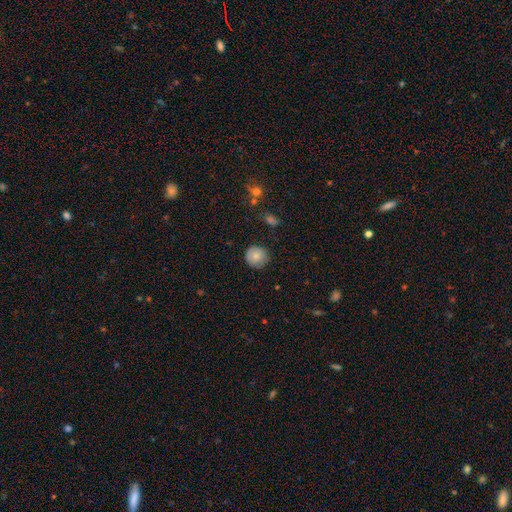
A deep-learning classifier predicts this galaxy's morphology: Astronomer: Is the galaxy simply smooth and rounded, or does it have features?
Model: smooth — 79%.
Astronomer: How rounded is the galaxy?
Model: round — 94%.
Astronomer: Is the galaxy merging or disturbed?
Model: none — 84%.